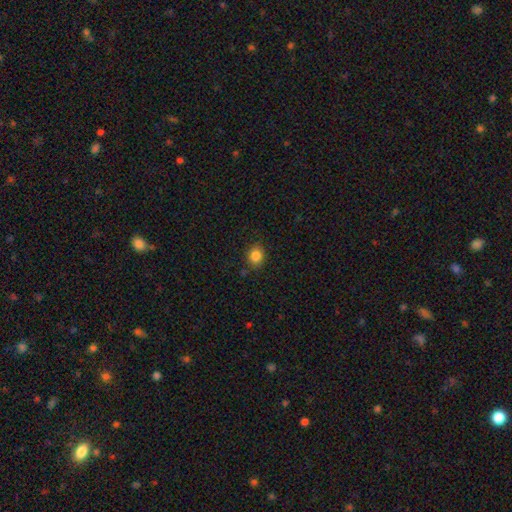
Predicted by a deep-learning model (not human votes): Smooth or featured: smooth — 85% (star or artifact — 11%)
How rounded: round — 62% (in between — 37%)
Merging: none — 85% (minor disturbance — 10%)